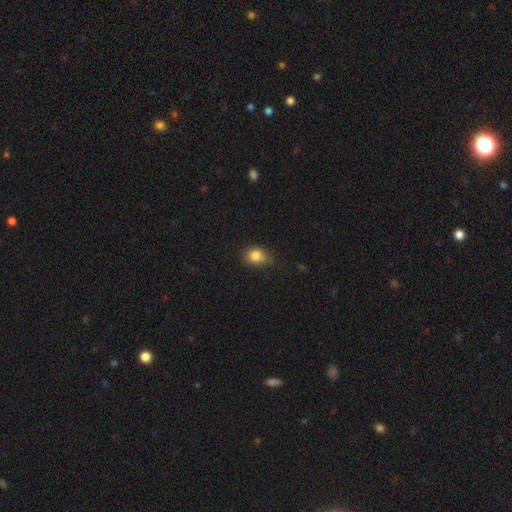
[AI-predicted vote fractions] The model was most divided on "merging": none: 54%, minor disturbance: 35%, major disturbance: 7%, merger: 3%. More confident: smooth or featured — smooth (82%); how rounded — round (60%).